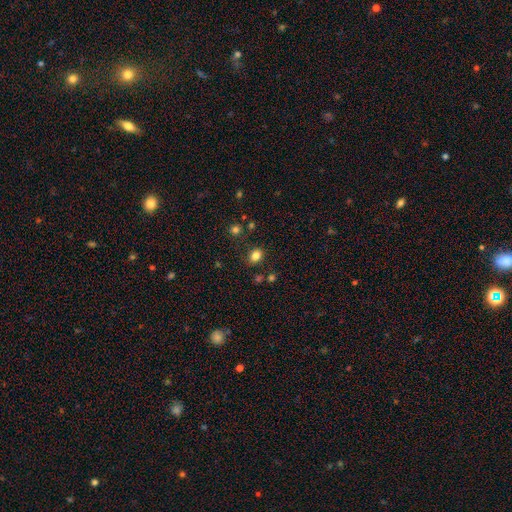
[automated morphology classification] Q: Smooth or featured?
A: smooth (81%); runner-up: star or artifact (13%)
Q: How rounded?
A: round (53%); runner-up: in between (46%)
Q: Merging?
A: none (82%); runner-up: minor disturbance (11%)